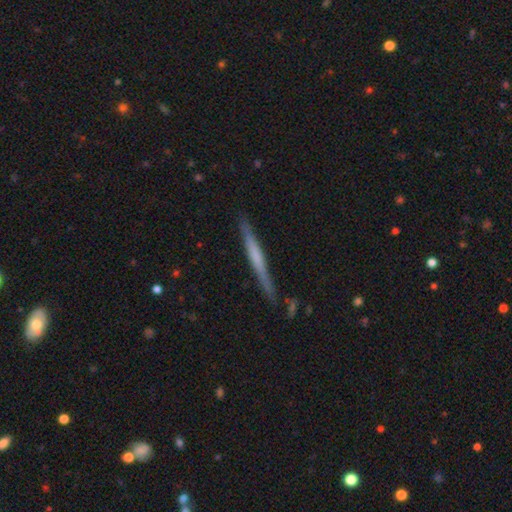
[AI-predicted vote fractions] Overall: featured or disk (53%; smooth 41%). Edge-on disk: yes (97%). Edge-on bulge: none (65%). Merging: none (86%).